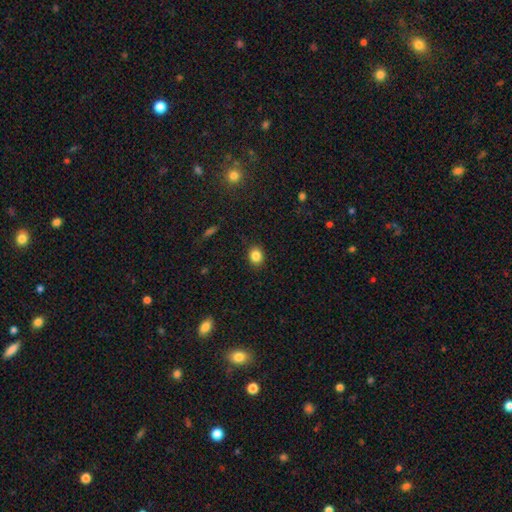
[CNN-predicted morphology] A smooth galaxy with no disk features (84%) that is round (60%).

Vote fractions:
- Smooth or featured? smooth: 84% / star or artifact: 11% / featured or disk: 5%
- How rounded? round: 60% / in between: 39% / cigar-shaped: 1%
- Merging? none: 88% / minor disturbance: 8% / major disturbance: 2% / merger: 1%